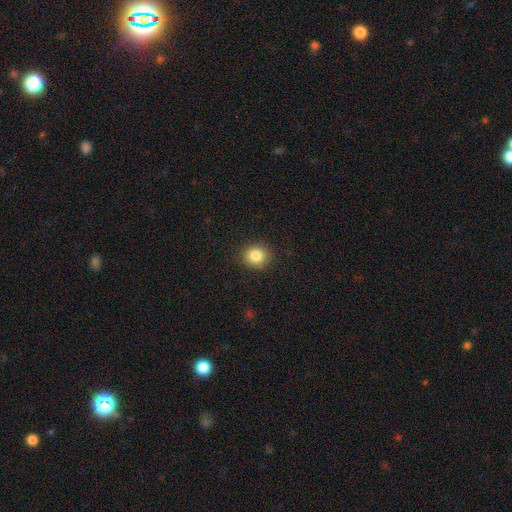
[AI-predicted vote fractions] A smooth galaxy with no disk features (85%) that is round (82%). Merging: none (89%).